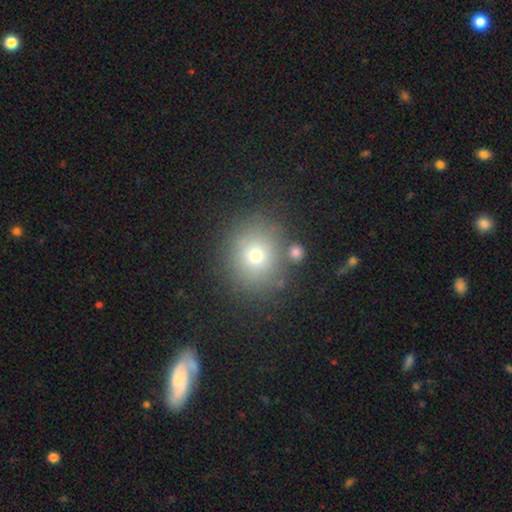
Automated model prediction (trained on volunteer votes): smooth 70%, star or artifact 17%, featured or disk 13%. Down the decision tree: how rounded — round (76%); merging — none (80%).